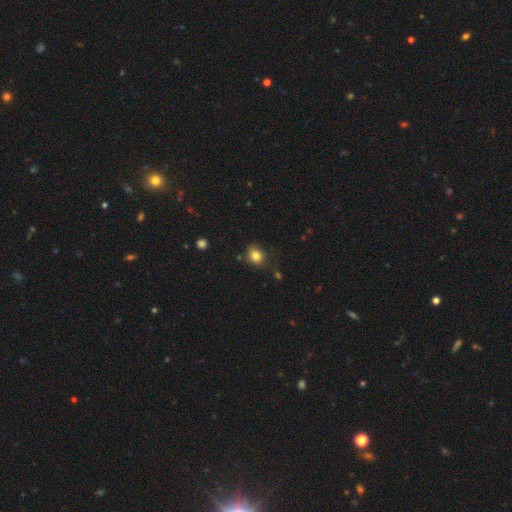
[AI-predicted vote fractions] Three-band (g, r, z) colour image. It shows a smooth galaxy with no disk features (82%) that is round (61%). Merging: none (76%).